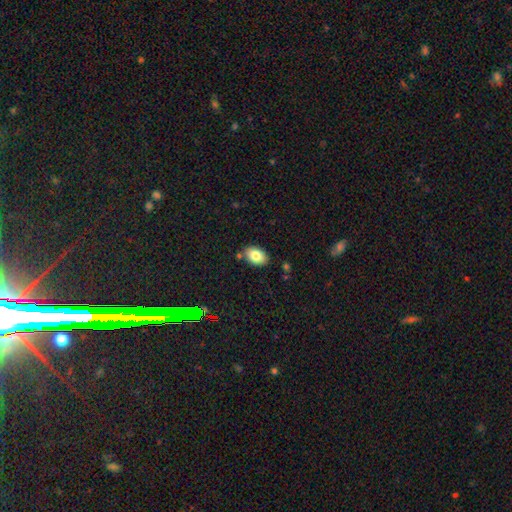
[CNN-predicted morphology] This is clearly a smooth galaxy (84%). How rounded: clearly in between (88%). Merging: clearly none (82%).